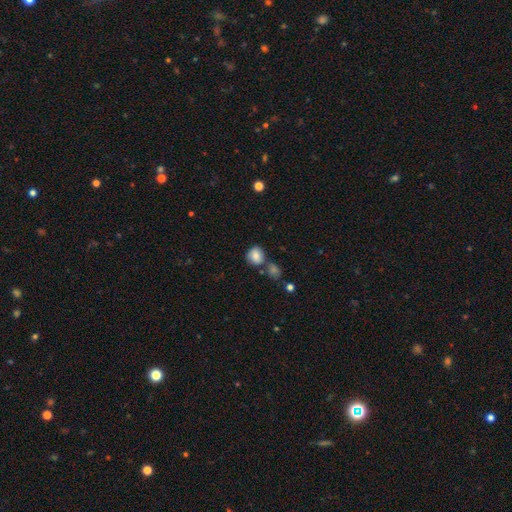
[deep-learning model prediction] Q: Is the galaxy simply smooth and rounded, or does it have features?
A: smooth — 82%.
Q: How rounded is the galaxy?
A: round — 78%.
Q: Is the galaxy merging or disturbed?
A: none — 62%.